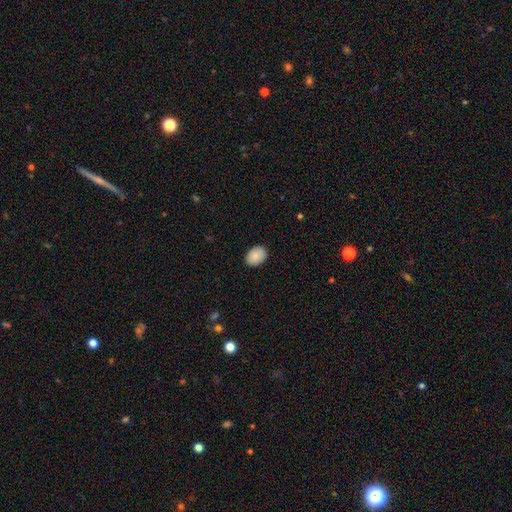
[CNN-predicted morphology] Smooth or featured?
  - smooth: 89% *
  - star or artifact: 7%
  - featured or disk: 4%
How rounded?
  - in between: 74% *
  - round: 25%
  - cigar-shaped: 1%
Merging?
  - none: 89% *
  - minor disturbance: 9%
  - major disturbance: 2%
  - merger: 1%